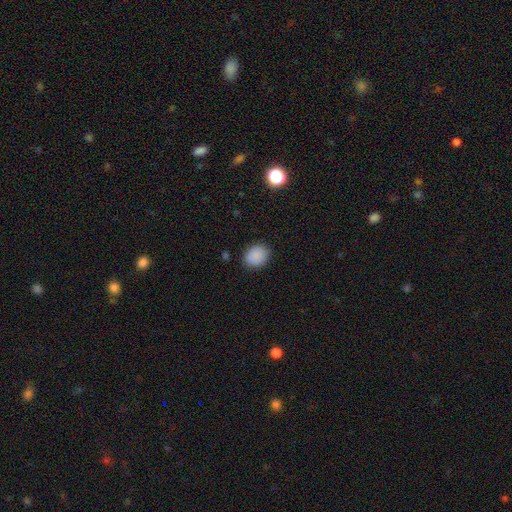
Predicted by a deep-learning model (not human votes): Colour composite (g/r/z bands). It shows a smooth galaxy with no disk features (88%) that is in between round and cigar-shaped (51%). Merging: none (86%).